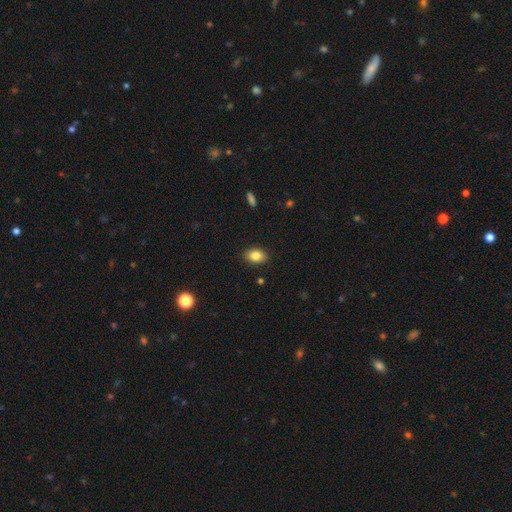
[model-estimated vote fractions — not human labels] Q: Smooth or featured?
A: smooth (84%); runner-up: star or artifact (9%)
Q: How rounded?
A: in between (82%); runner-up: round (17%)
Q: Merging?
A: none (88%); runner-up: minor disturbance (9%)